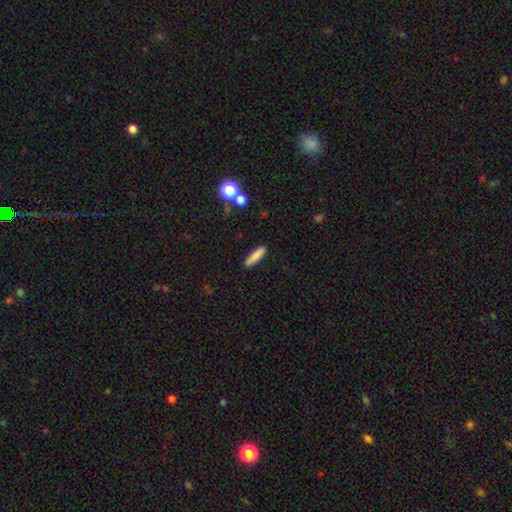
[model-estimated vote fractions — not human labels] Smooth or featured: smooth — 84% (featured or disk — 9%)
How rounded: cigar-shaped — 77% (in between — 21%)
Merging: none — 89% (minor disturbance — 7%)